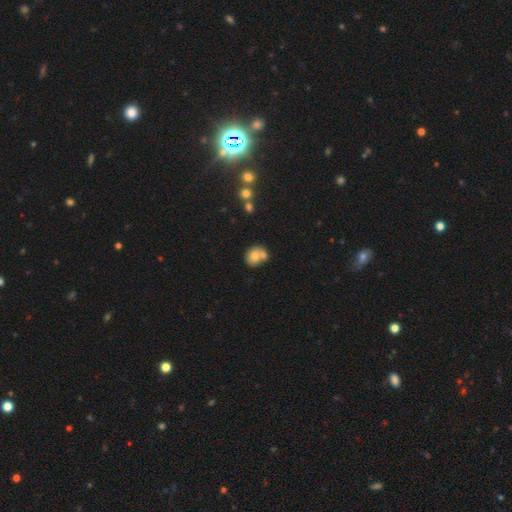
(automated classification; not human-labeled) Smooth or featured? Predicted: smooth (p=0.72). How rounded? Predicted: round (p=0.67). Merging? Predicted: merger (p=0.44).